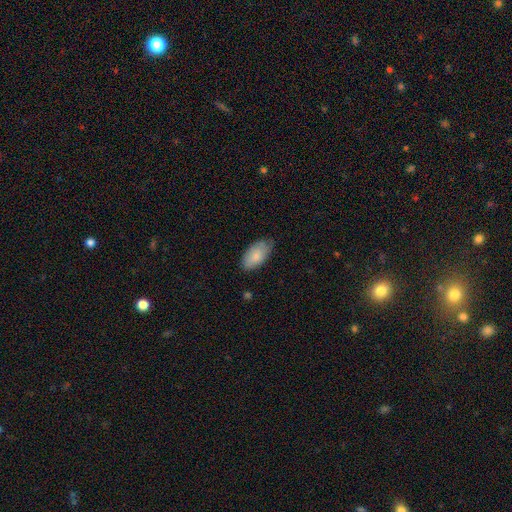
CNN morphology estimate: A smooth galaxy with no disk features (81%) that is in between round and cigar-shaped (94%).

Vote fractions:
- Smooth or featured? smooth: 81% / featured or disk: 13% / star or artifact: 6%
- How rounded? in between: 94% / cigar-shaped: 3% / round: 3%
- Merging? none: 69% / minor disturbance: 26% / major disturbance: 4% / merger: 1%